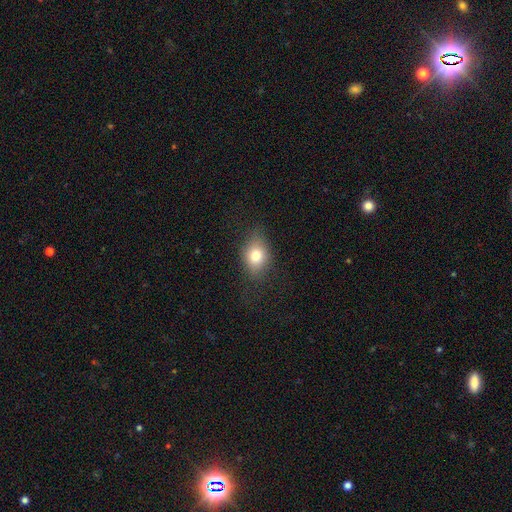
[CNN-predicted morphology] smooth 77%, featured or disk 13%, star or artifact 10%. Down the decision tree: how rounded — in between (68%); merging — none (72%).